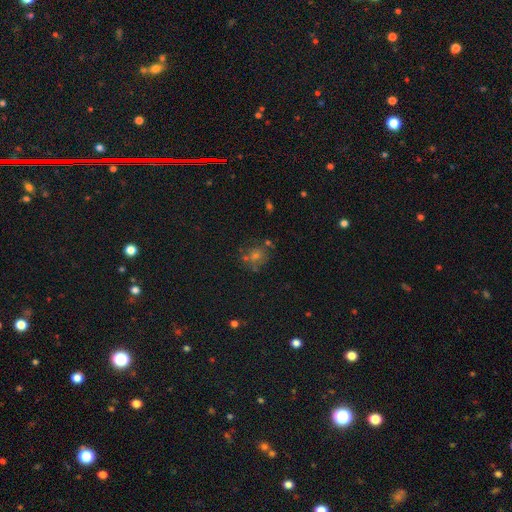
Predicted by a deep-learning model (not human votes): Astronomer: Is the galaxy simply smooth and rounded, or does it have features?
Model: smooth — 47% (runner-up: star or artifact, 34%).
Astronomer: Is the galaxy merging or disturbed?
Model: none — 65%.